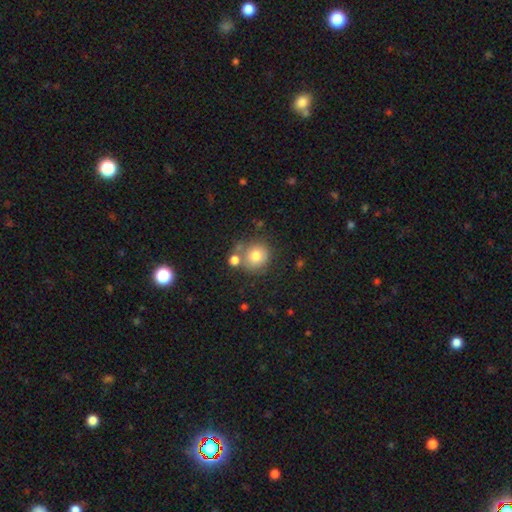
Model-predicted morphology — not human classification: Q: Smooth or featured?
A: smooth (76%); runner-up: featured or disk (13%)
Q: How rounded?
A: round (87%); runner-up: in between (12%)
Q: Merging?
A: none (60%); runner-up: merger (21%)